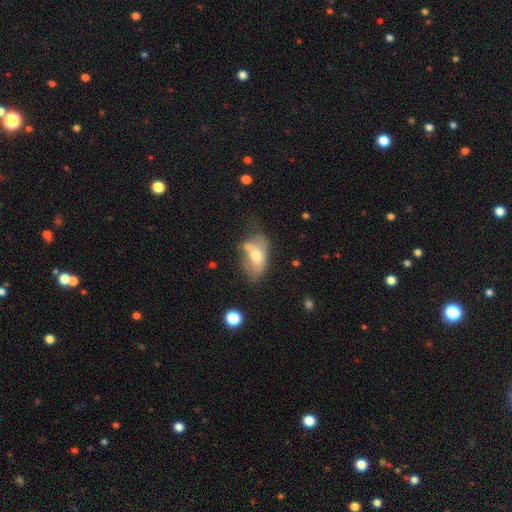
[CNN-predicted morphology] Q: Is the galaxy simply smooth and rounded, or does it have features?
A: smooth — 57%.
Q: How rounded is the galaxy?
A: in between — 88%.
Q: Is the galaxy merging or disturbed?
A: none — 33%.